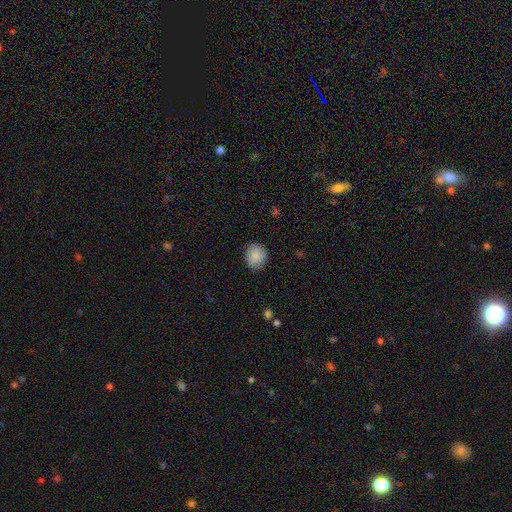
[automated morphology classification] smooth 87%, star or artifact 7%, featured or disk 6%. Down the decision tree: how rounded — round (80%); merging — none (85%).